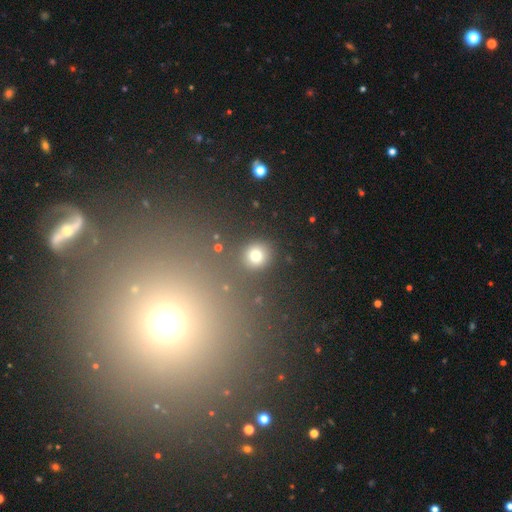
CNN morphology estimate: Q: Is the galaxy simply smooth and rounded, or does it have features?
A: smooth — 77%.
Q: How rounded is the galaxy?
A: round — 90%.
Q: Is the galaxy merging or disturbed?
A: none — 87%.